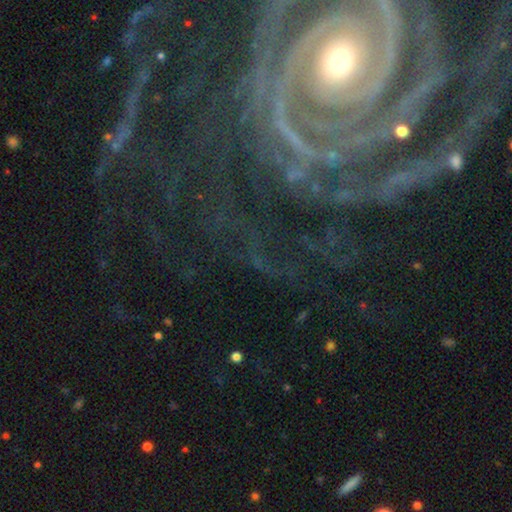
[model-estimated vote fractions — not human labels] Smooth or featured?
  - featured or disk: 66% *
  - star or artifact: 24%
  - smooth: 10%
Edge-on disk?
  - no: 93% *
  - yes: 7%
Bar?
  - no: 40% *
  - weak: 30%
  - strong: 30%
Spiral arms?
  - yes: 93% *
  - no: 7%
Spiral winding?
  - tight: 62% *
  - medium: 28%
  - loose: 10%
Spiral arm count?
  - 2: 23% *
  - can't tell: 22%
  - 3: 18%
  - more than 4: 14%
  - 4: 13%
  - 1: 11%
Bulge size?
  - small: 65% *
  - moderate: 22%
  - none: 6%
  - large: 4%
  - dominant: 3%
Merging?
  - none: 66% *
  - minor disturbance: 15%
  - major disturbance: 15%
  - merger: 4%